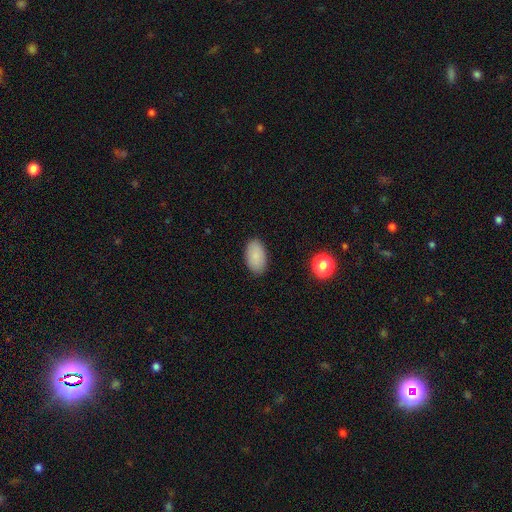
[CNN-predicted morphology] The model was most divided on "merging": none: 88%, minor disturbance: 9%, major disturbance: 2%, merger: 1%. More confident: how rounded — in between (94%); smooth or featured — smooth (87%).